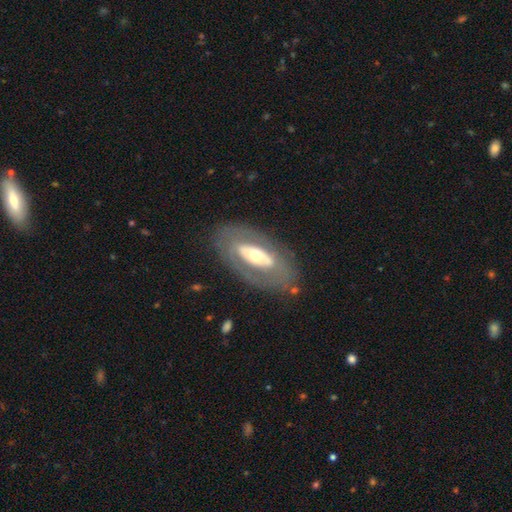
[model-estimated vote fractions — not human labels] Smooth or featured?
  - featured or disk: 67% *
  - smooth: 27%
  - star or artifact: 6%
Edge-on disk?
  - no: 87% *
  - yes: 13%
Bar?
  - no: 60% *
  - strong: 21%
  - weak: 19%
Spiral arms?
  - no: 70% *
  - yes: 30%
Bulge size?
  - moderate: 63% *
  - small: 18%
  - large: 16%
  - dominant: 2%
  - none: 1%
Merging?
  - none: 77% *
  - minor disturbance: 13%
  - major disturbance: 8%
  - merger: 2%